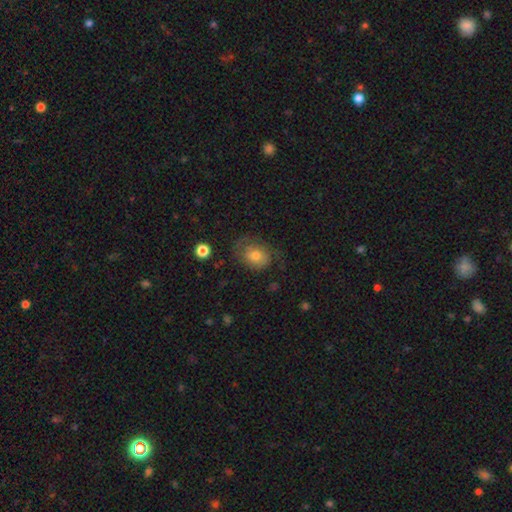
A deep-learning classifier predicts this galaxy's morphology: This is possibly a smooth galaxy (47%). Merging: possibly none (57%).